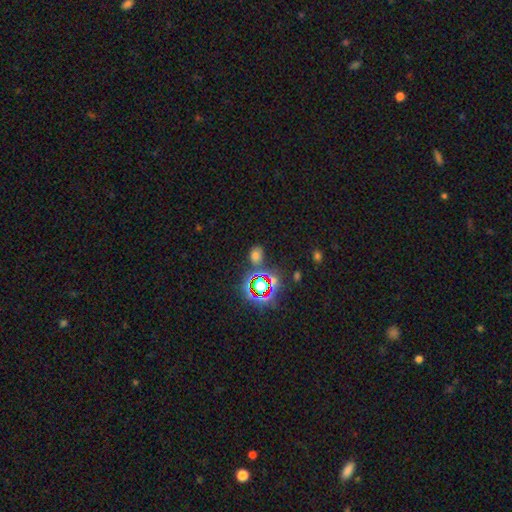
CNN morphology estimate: smooth-or-featured: smooth: 55% | star or artifact: 37% | featured or disk: 8%
  how-rounded: in between: 56% | round: 42% | cigar-shaped: 2%
  merging: none: 70% | minor disturbance: 15% | merger: 9% | major disturbance: 6%